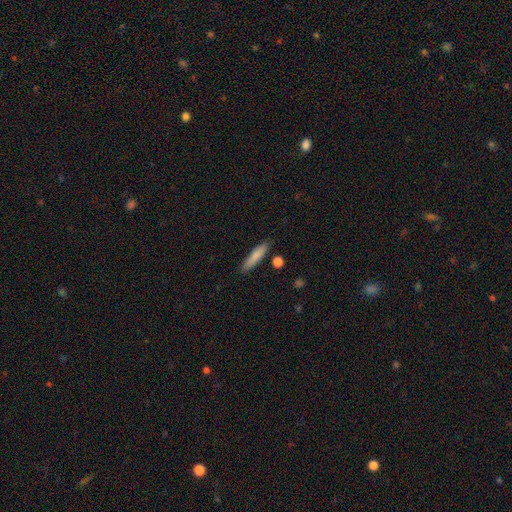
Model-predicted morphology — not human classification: A smooth galaxy with no disk features (82%) that is cigar-shaped (85%). Merging: none (86%).